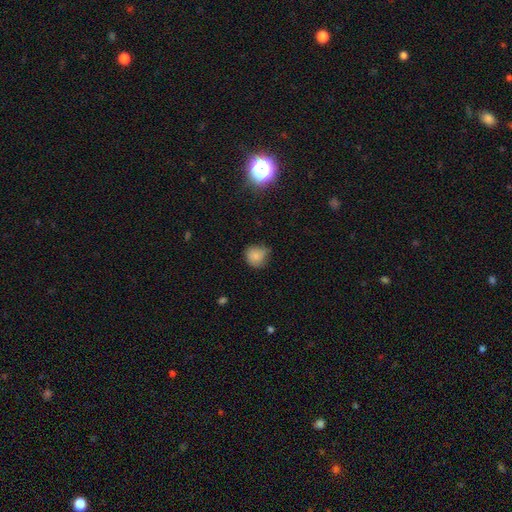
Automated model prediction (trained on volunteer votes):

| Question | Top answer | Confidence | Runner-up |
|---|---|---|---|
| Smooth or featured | smooth | 81% | star or artifact (11%) |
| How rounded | round | 83% | in between (16%) |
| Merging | none | 55% | minor disturbance (35%) |